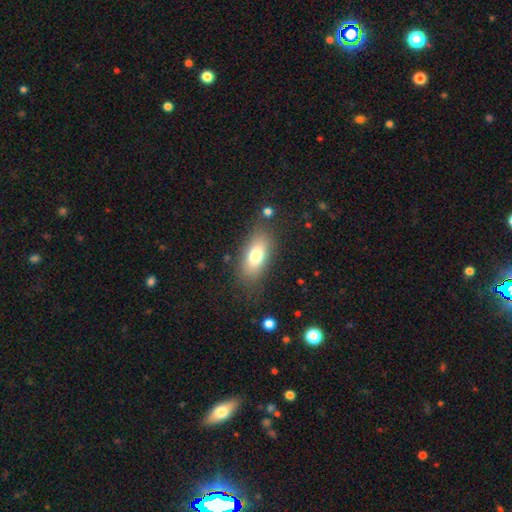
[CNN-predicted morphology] smooth-or-featured: smooth: 74% | featured or disk: 17% | star or artifact: 9%
  how-rounded: in between: 84% | cigar-shaped: 10% | round: 6%
  merging: none: 80% | minor disturbance: 13% | major disturbance: 5% | merger: 2%